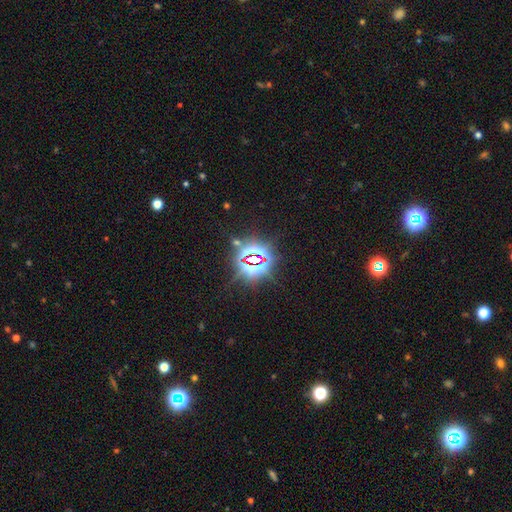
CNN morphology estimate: A star or artifact, not a galaxy (81%).